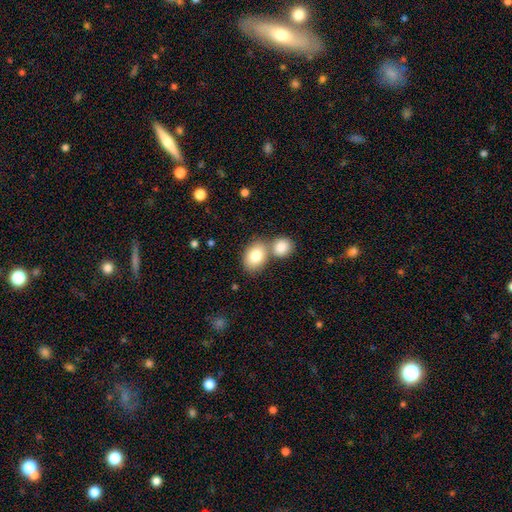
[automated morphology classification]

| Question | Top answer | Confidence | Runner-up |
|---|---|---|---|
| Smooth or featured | smooth | 81% | featured or disk (12%) |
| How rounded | in between | 70% | round (29%) |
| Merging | none | 48% | merger (40%) |